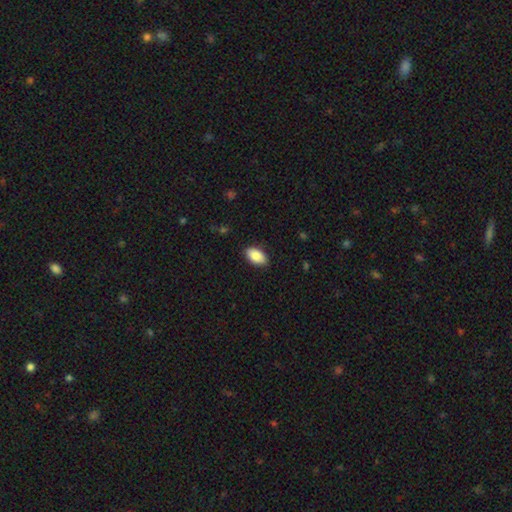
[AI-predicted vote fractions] smooth 87%, star or artifact 7%, featured or disk 6%. Down the decision tree: how rounded — in between (94%); merging — none (87%).